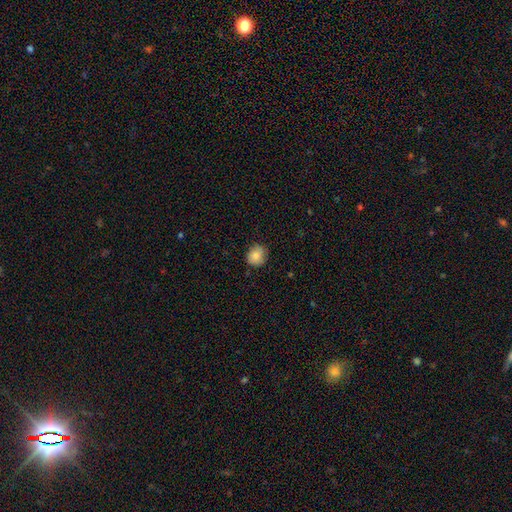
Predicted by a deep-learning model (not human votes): A smooth galaxy with no disk features (84%) that is round (79%). Merging: none (79%).